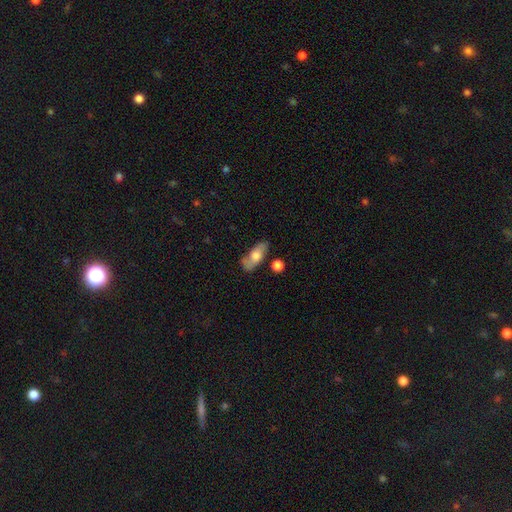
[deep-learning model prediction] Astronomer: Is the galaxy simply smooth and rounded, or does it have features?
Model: smooth — 60%.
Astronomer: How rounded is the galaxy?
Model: in between — 76%.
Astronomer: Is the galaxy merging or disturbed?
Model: none — 67%.